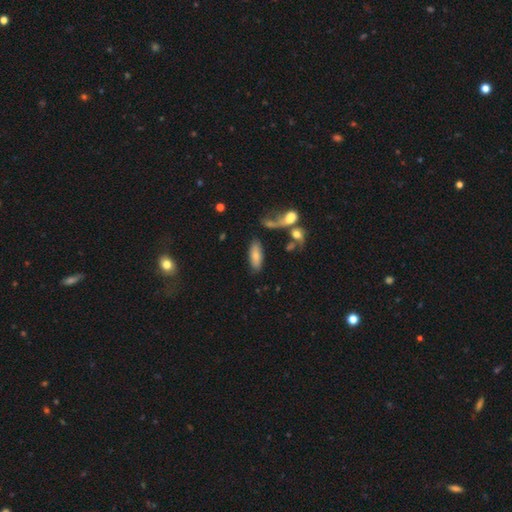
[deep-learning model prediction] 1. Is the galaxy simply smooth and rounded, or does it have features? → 72% smooth, 20% featured or disk, 9% star or artifact.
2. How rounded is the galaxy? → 73% in between, 23% cigar-shaped, 3% round.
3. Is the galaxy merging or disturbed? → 66% none, 14% minor disturbance, 12% merger, 8% major disturbance.